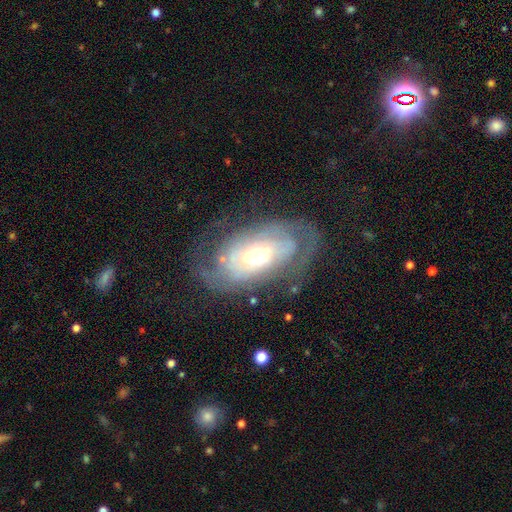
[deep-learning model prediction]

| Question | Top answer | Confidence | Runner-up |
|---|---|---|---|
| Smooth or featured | featured or disk | 76% | smooth (18%) |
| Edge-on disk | no | 93% | yes (7%) |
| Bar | no | 63% | weak (27%) |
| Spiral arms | yes | 81% | no (19%) |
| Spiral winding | tight | 57% | medium (30%) |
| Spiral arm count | can't tell | 42% | 2 (36%) |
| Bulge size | moderate | 63% | large (19%) |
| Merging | none | 59% | minor disturbance (21%) |